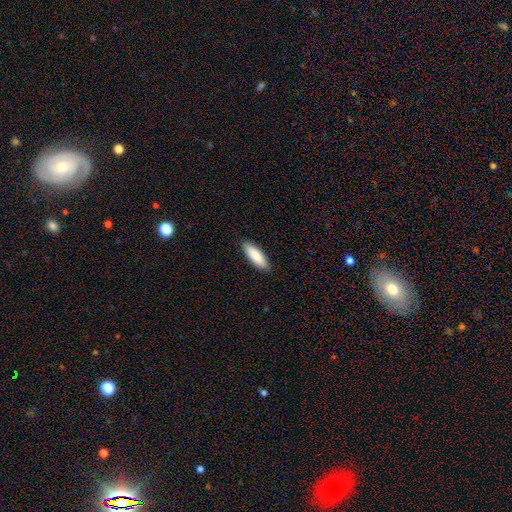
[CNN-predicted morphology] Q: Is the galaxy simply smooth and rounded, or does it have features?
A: smooth — 88%.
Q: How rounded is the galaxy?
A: in between — 53%.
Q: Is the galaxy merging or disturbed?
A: none — 89%.